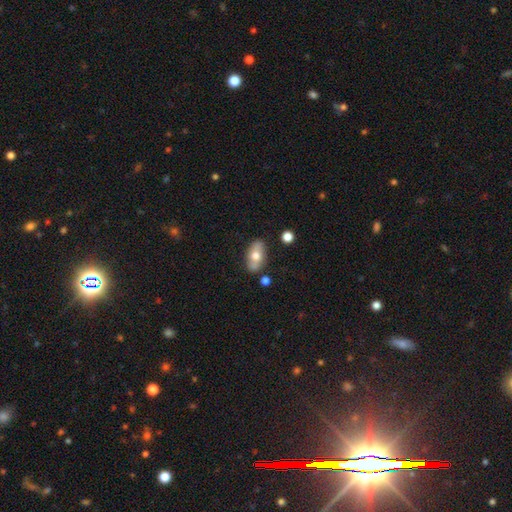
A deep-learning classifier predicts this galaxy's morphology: Smooth or featured: smooth — 61% (featured or disk — 32%)
How rounded: in between — 89% (round — 6%)
Merging: none — 81% (minor disturbance — 13%)